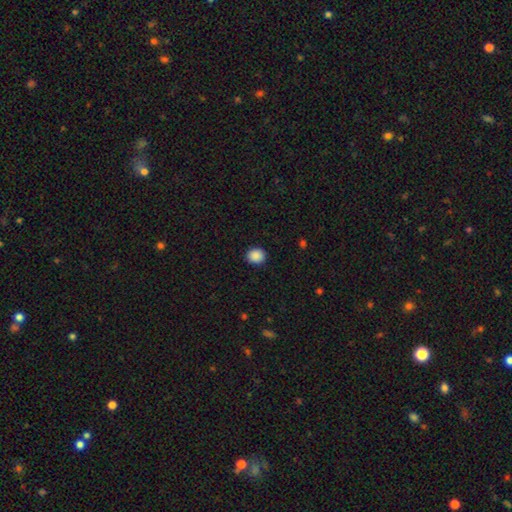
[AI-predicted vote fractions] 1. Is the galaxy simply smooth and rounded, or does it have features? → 89% smooth, 9% star or artifact, 2% featured or disk.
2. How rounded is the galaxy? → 72% round, 27% in between, 1% cigar-shaped.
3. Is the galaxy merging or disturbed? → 91% none, 6% minor disturbance, 2% major disturbance, 1% merger.